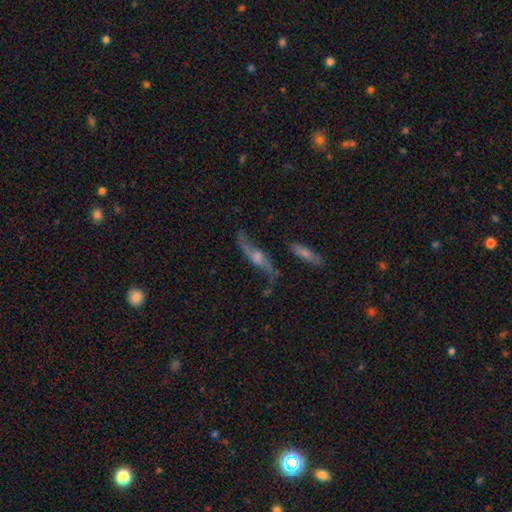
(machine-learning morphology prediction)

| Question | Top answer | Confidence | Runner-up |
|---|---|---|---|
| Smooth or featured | featured or disk | 79% | smooth (13%) |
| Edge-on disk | no | 69% | yes (31%) |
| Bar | no | 58% | weak (32%) |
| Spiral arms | yes | 91% | no (9%) |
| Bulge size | moderate | 46% | small (35%) |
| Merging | none | 60% | minor disturbance (20%) |